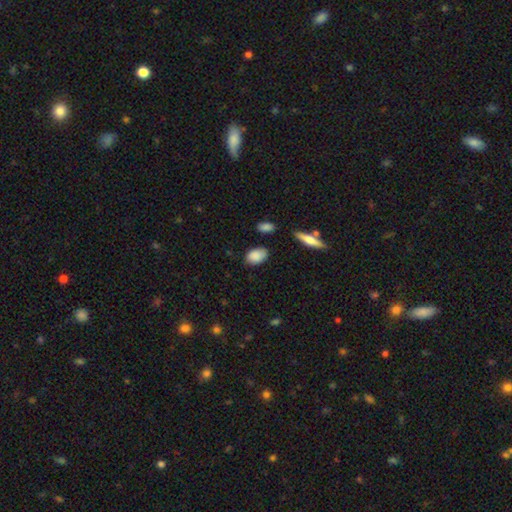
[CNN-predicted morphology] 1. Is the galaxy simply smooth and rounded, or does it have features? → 87% smooth, 7% star or artifact, 6% featured or disk.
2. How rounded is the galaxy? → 88% in between, 10% round, 2% cigar-shaped.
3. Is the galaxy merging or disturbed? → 79% none, 15% minor disturbance, 3% major disturbance, 3% merger.